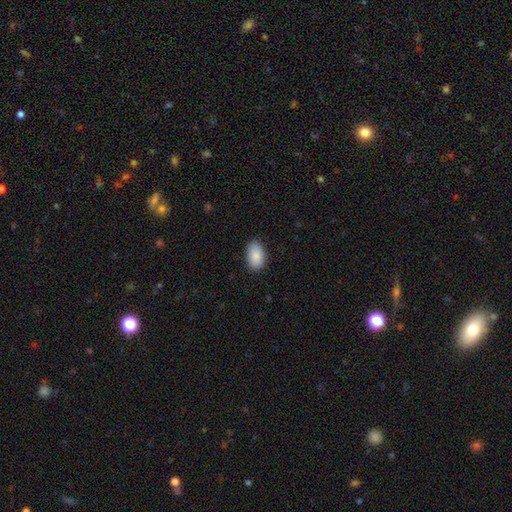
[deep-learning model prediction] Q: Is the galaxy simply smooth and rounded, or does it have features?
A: smooth — 89%.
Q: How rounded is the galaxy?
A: in between — 93%.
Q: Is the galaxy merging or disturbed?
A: none — 88%.